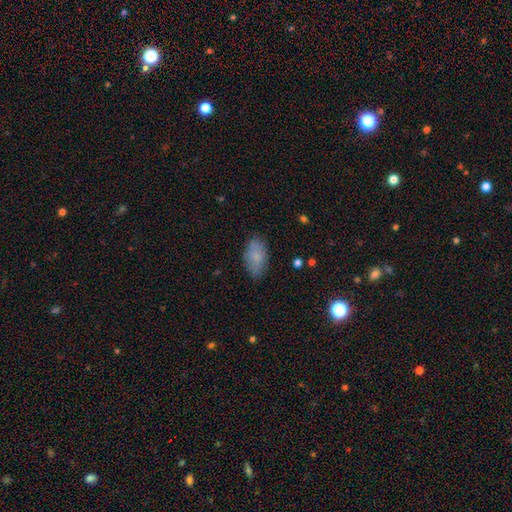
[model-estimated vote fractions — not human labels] smooth_or_featured: smooth (p=0.80) [alt: featured or disk p=0.12]
how_rounded: in between (p=0.93) [alt: round p=0.04]
merging: none (p=0.78) [alt: minor disturbance p=0.17]